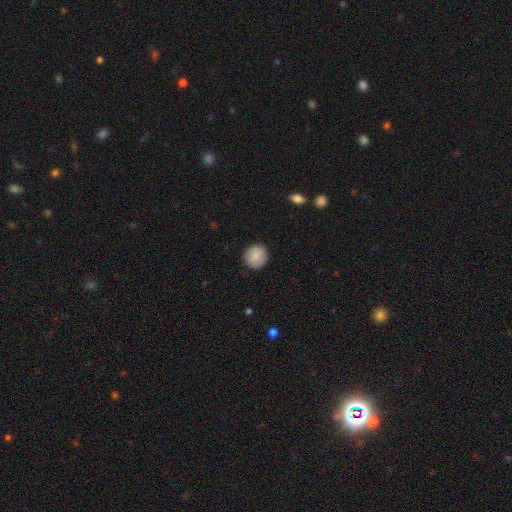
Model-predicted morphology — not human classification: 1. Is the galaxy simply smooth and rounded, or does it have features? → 85% smooth, 8% featured or disk, 7% star or artifact.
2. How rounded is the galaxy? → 91% round, 8% in between, 1% cigar-shaped.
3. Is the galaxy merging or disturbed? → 89% none, 8% minor disturbance, 2% major disturbance, 1% merger.